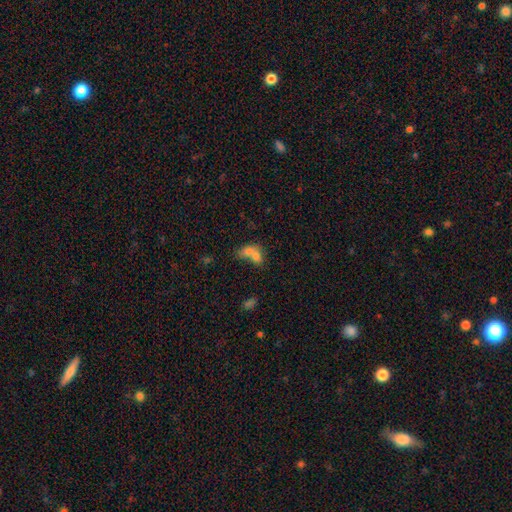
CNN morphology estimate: This is likely a smooth galaxy (70%). How rounded: likely in between (64%). Merging: likely merger (75%).